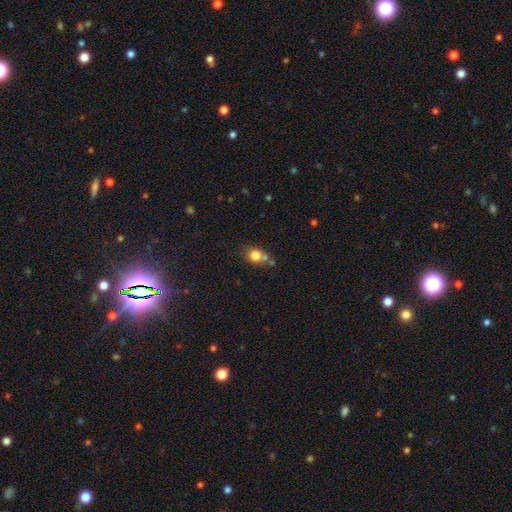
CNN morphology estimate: type=smooth (80%); roundness=round (69%); merging=none (51%).